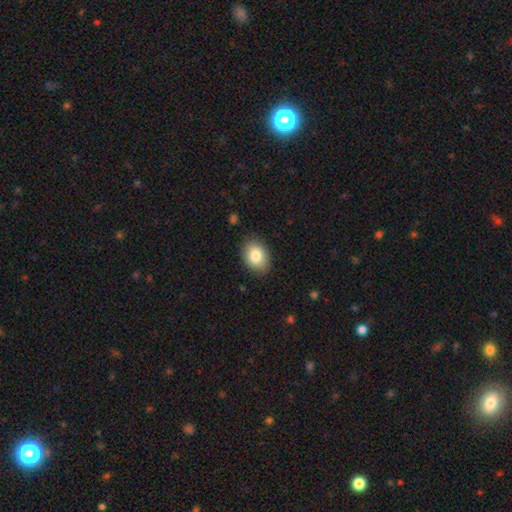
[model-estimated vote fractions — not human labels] smooth_or_featured: smooth (p=0.83) [alt: featured or disk p=0.09]
how_rounded: in between (p=0.76) [alt: round p=0.23]
merging: none (p=0.86) [alt: minor disturbance p=0.11]